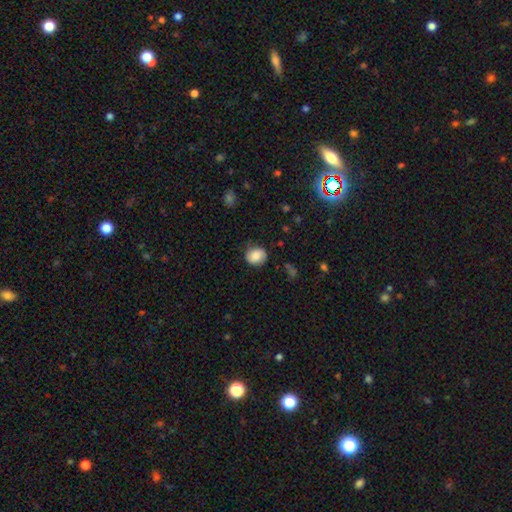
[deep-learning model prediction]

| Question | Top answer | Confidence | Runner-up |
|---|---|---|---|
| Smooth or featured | smooth | 79% | featured or disk (12%) |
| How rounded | round | 70% | in between (29%) |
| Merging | none | 75% | minor disturbance (19%) |